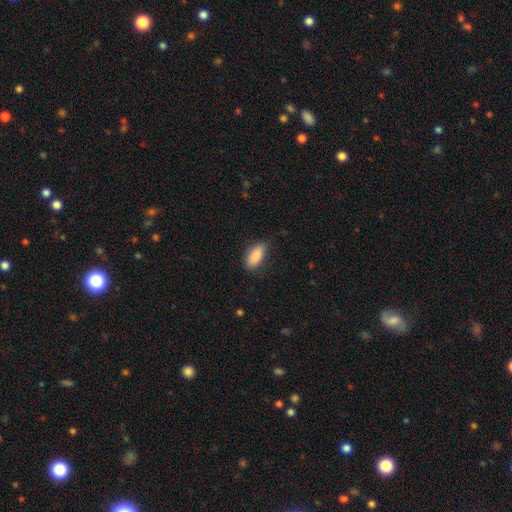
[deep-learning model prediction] This is clearly a smooth galaxy (88%). How rounded: clearly in between (83%). Merging: clearly none (81%).